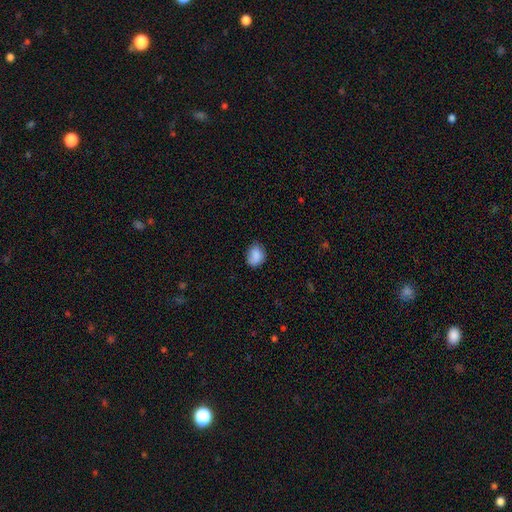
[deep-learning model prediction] This appears to be a smooth galaxy with no disk features (86%) that is in between round and cigar-shaped (54%). Merging: none (70%).